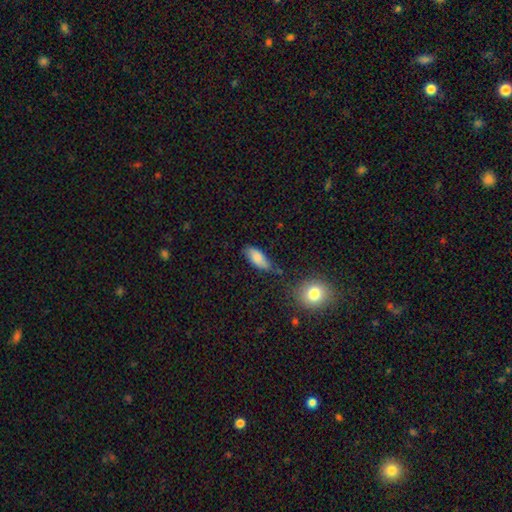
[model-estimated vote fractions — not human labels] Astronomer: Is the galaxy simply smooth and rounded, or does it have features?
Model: smooth — 80%.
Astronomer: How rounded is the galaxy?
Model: in between — 79%.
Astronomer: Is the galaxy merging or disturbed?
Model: none — 55% (runner-up: minor disturbance, 31%).